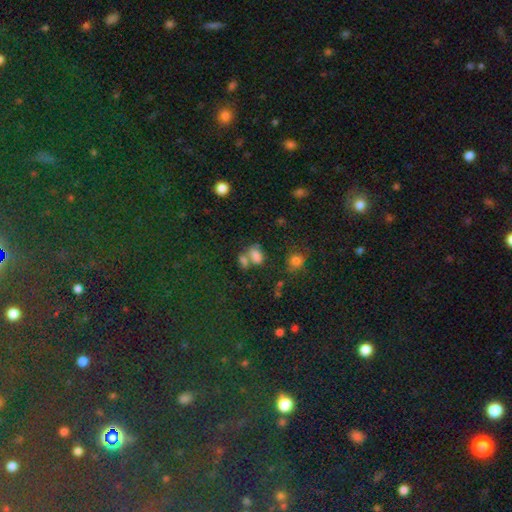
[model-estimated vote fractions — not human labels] smooth-or-featured: smooth: 72% | star or artifact: 18% | featured or disk: 10%
  how-rounded: in between: 78% | round: 20% | cigar-shaped: 3%
  merging: merger: 45% | none: 34% | minor disturbance: 13% | major disturbance: 8%